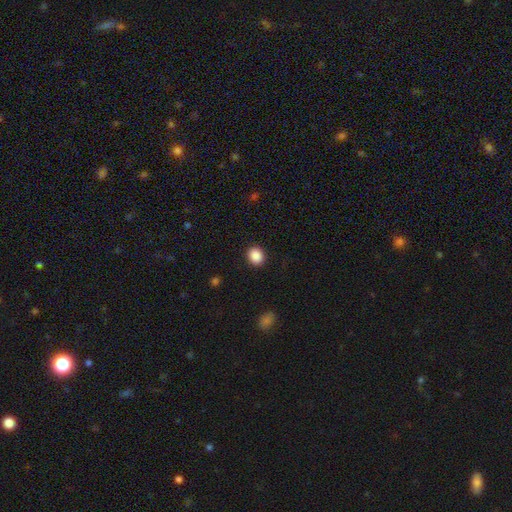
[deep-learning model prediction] This is clearly a smooth galaxy (89%). How rounded: likely round (64%). Merging: clearly none (90%).